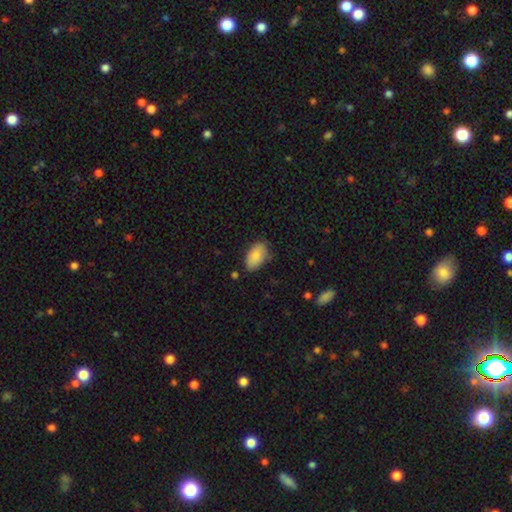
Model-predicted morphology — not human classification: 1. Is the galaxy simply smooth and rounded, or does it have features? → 86% smooth, 8% featured or disk, 7% star or artifact.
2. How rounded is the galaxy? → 93% in between, 5% round, 2% cigar-shaped.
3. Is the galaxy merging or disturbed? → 72% none, 22% minor disturbance, 4% major disturbance, 2% merger.